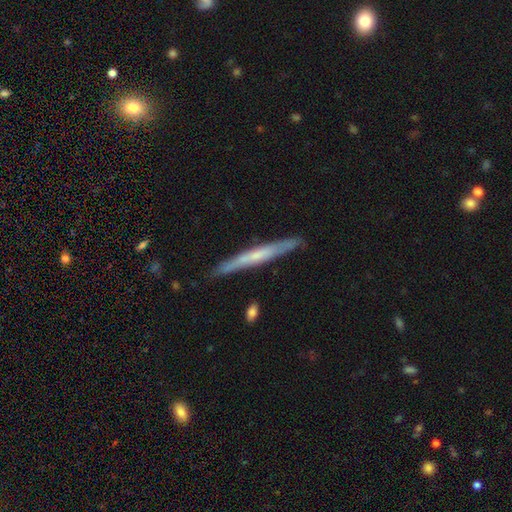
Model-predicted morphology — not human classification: smooth_or_featured: featured or disk (p=0.56) [alt: smooth p=0.38]
disk_edge_on: yes (p=0.93) [alt: no p=0.07]
edge_on_bulge: none (p=0.64) [alt: rounded p=0.27]
merging: none (p=0.87) [alt: minor disturbance p=0.10]